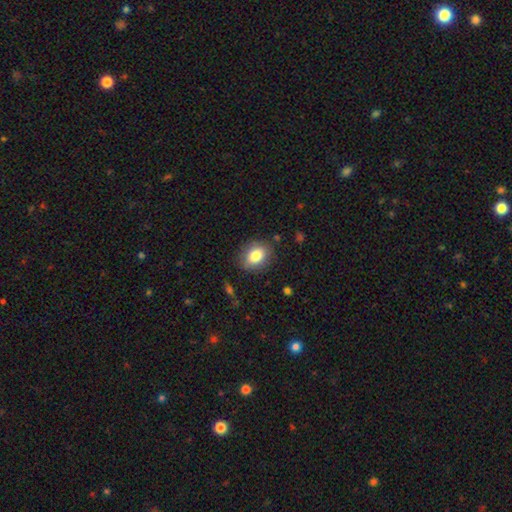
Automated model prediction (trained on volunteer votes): smooth 81%, featured or disk 10%, star or artifact 8%. Down the decision tree: how rounded — in between (62%); merging — none (83%).